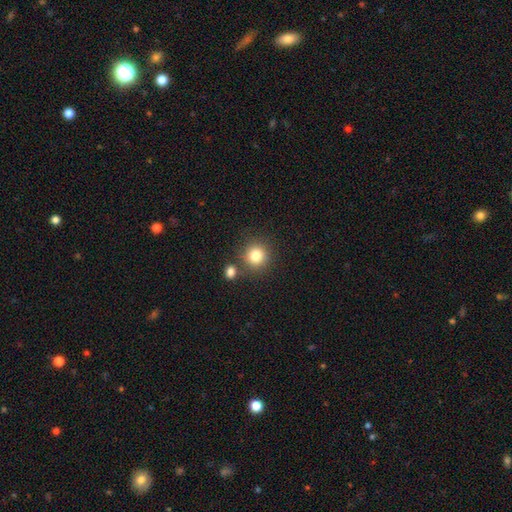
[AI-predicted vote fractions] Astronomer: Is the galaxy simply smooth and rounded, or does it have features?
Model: smooth — 82%.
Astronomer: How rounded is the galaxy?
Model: round — 92%.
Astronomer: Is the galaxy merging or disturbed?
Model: none — 77%.